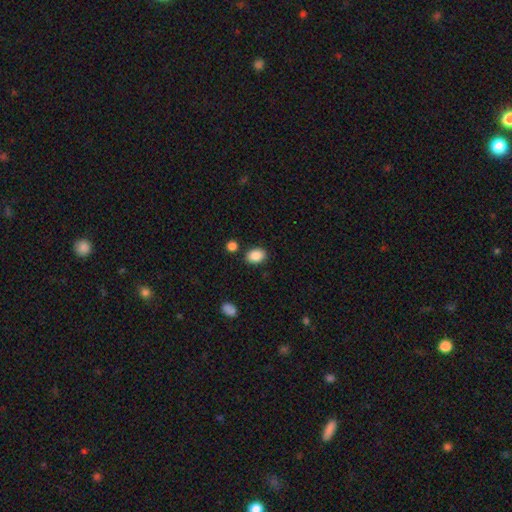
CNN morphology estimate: This is clearly a smooth galaxy (88%). How rounded: likely in between (73%). Merging: clearly none (83%).